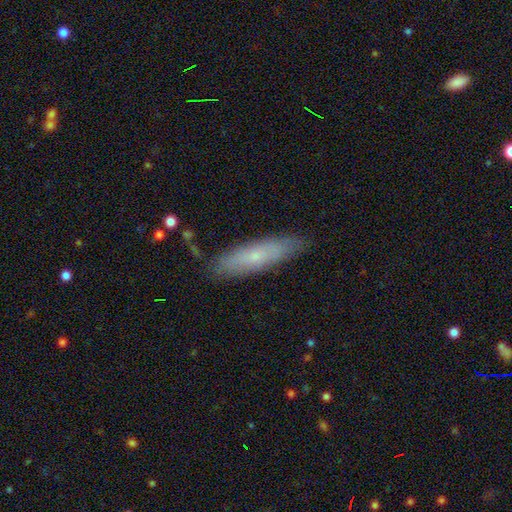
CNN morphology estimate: type=smooth (59%); roundness=cigar-shaped (73%); merging=none (85%).